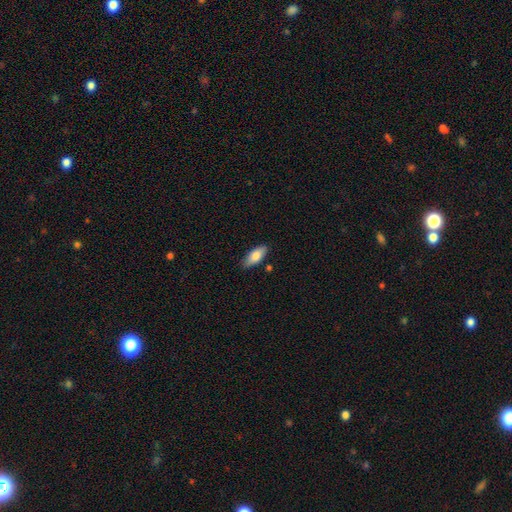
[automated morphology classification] A smooth galaxy with no disk features (78%) that is in between round and cigar-shaped (83%).

Vote fractions:
- Smooth or featured? smooth: 78% / featured or disk: 15% / star or artifact: 6%
- How rounded? in between: 83% / cigar-shaped: 15% / round: 2%
- Merging? none: 82% / minor disturbance: 13% / merger: 3% / major disturbance: 2%